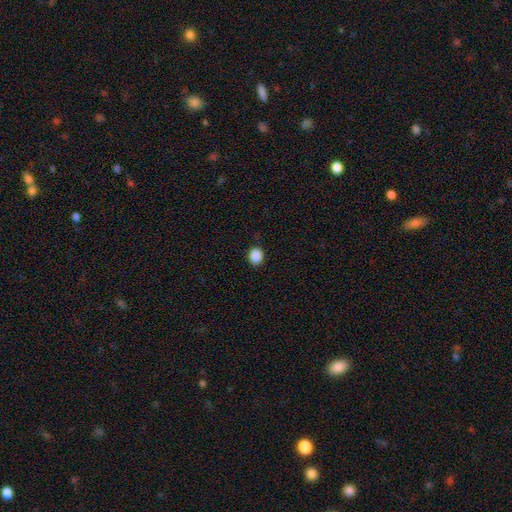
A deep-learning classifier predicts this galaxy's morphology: smooth_or_featured: smooth (p=0.88) [alt: star or artifact p=0.09]
how_rounded: round (p=0.64) [alt: in between p=0.35]
merging: none (p=0.89) [alt: minor disturbance p=0.08]